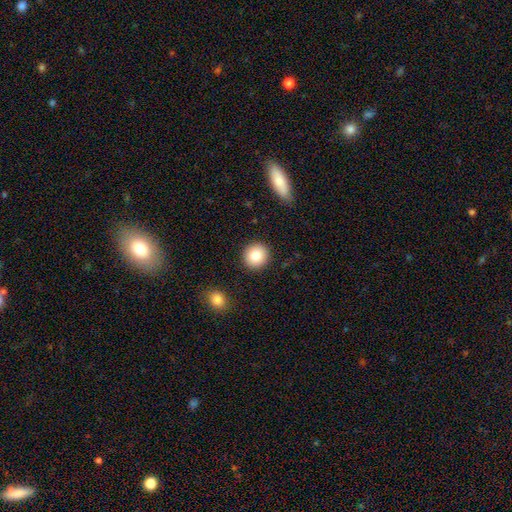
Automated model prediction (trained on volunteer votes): smooth 83%, star or artifact 9%, featured or disk 8%. Down the decision tree: how rounded — round (91%); merging — none (90%).